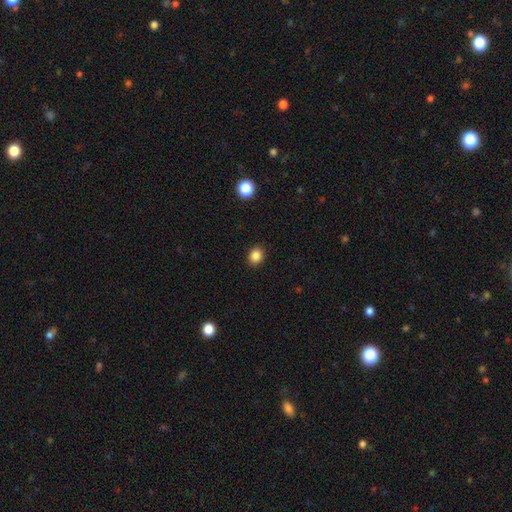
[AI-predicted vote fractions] Morphology: type=smooth (86%); roundness=round (70%); merging=none (91%).